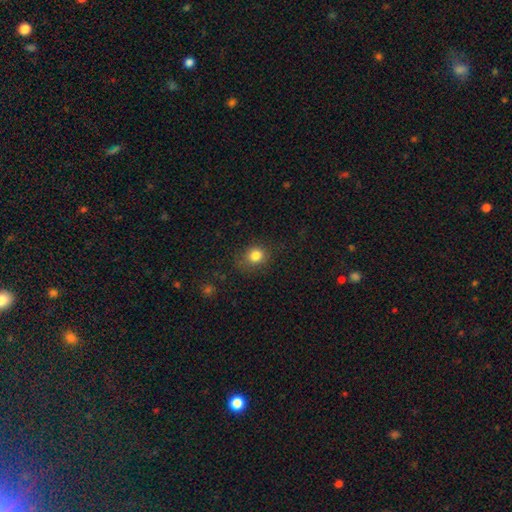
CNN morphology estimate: Q: Smooth or featured?
A: smooth (83%); runner-up: star or artifact (11%)
Q: How rounded?
A: round (72%); runner-up: in between (27%)
Q: Merging?
A: none (77%); runner-up: minor disturbance (16%)